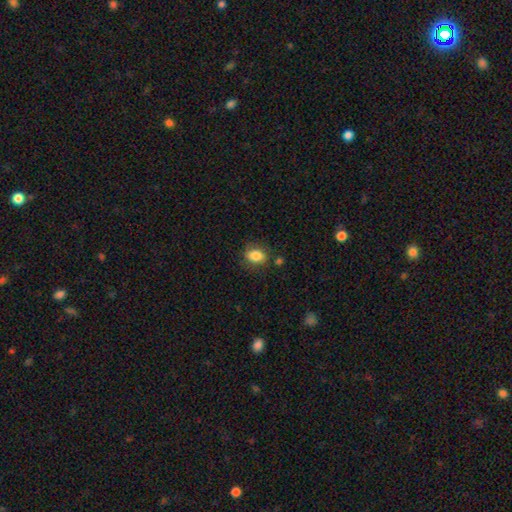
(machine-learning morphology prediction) This appears to be a smooth galaxy with no disk features (83%) that is in between round and cigar-shaped (64%). Merging: none (76%).